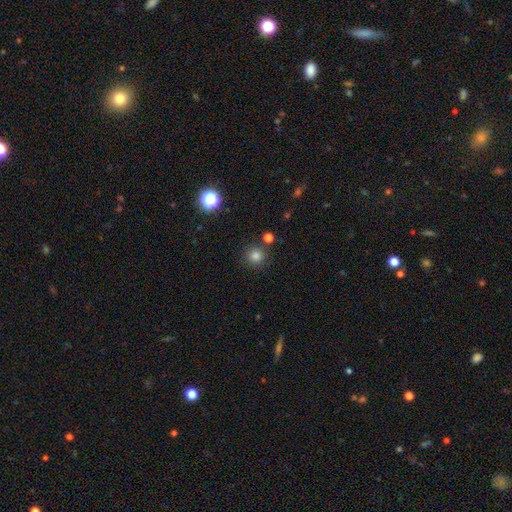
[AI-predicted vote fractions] This is likely a smooth galaxy (80%). How rounded: clearly round (94%). Merging: clearly none (83%).